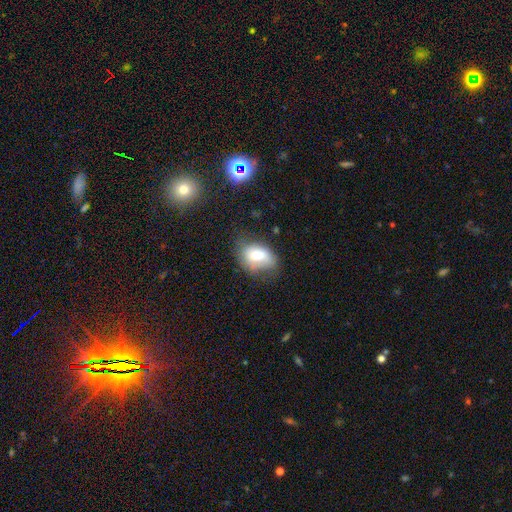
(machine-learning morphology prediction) Overall: smooth (69%). How rounded: in between (79%). Merging: none (50%; minor disturbance 33%).